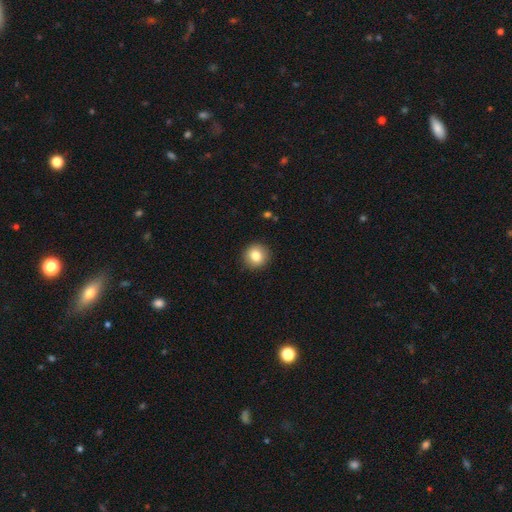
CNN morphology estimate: Smooth or featured? smooth (83%)
How rounded? round (92%)
Merging? none (92%)